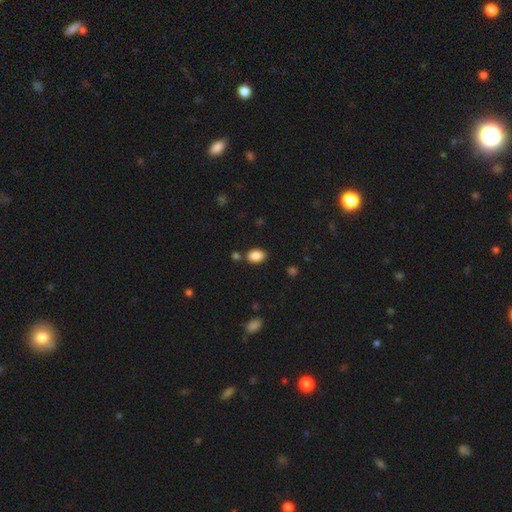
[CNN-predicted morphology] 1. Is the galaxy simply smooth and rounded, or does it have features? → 87% smooth, 9% star or artifact, 4% featured or disk.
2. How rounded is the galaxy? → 81% in between, 18% round, 1% cigar-shaped.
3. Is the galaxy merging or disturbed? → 79% none, 11% minor disturbance, 7% merger, 3% major disturbance.